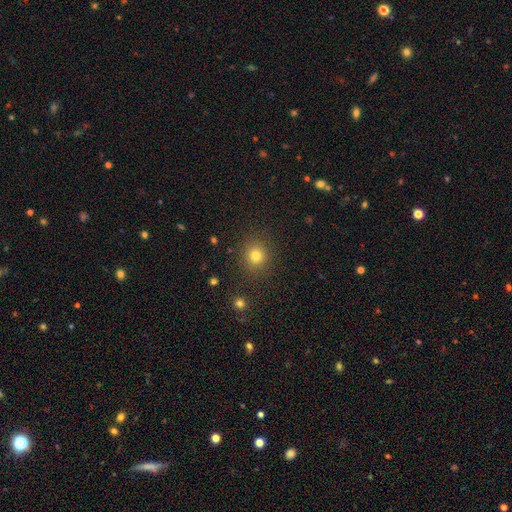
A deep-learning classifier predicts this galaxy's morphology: smooth_or_featured: smooth (p=0.79) [alt: star or artifact p=0.14]
how_rounded: round (p=0.89) [alt: in between p=0.10]
merging: none (p=0.88) [alt: minor disturbance p=0.07]